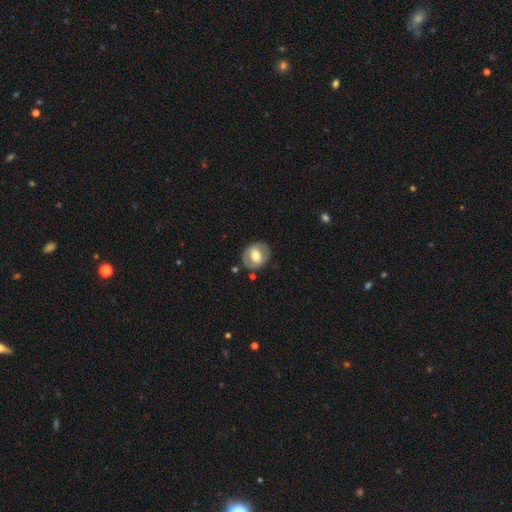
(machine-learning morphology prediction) Smooth or featured: smooth — 51% (featured or disk — 43%)
How rounded: round — 62% (in between — 37%)
Merging: none — 78% (minor disturbance — 14%)